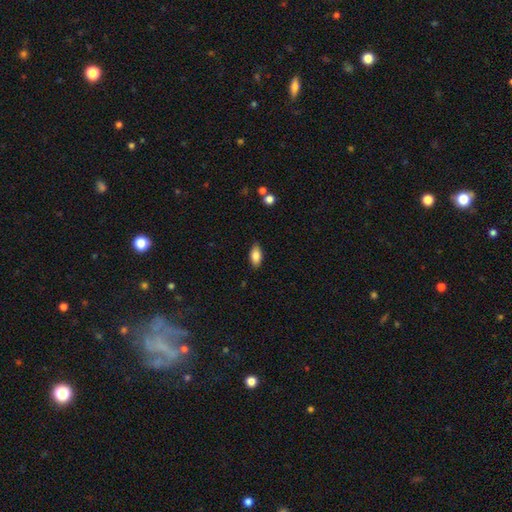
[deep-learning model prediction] Overall: smooth (84%). How rounded: in between (90%). Merging: none (85%).